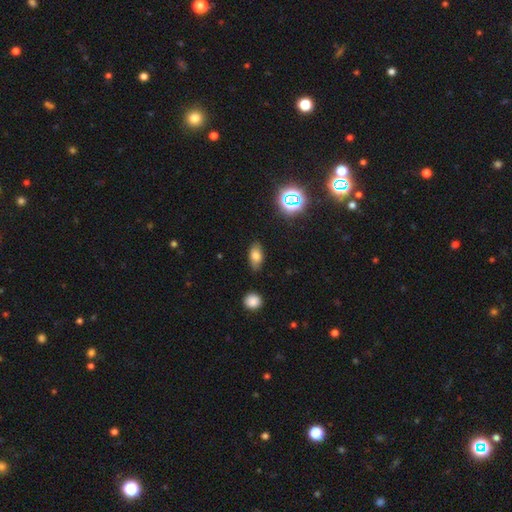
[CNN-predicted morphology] type=smooth (75%); roundness=in between (87%); merging=none (82%).